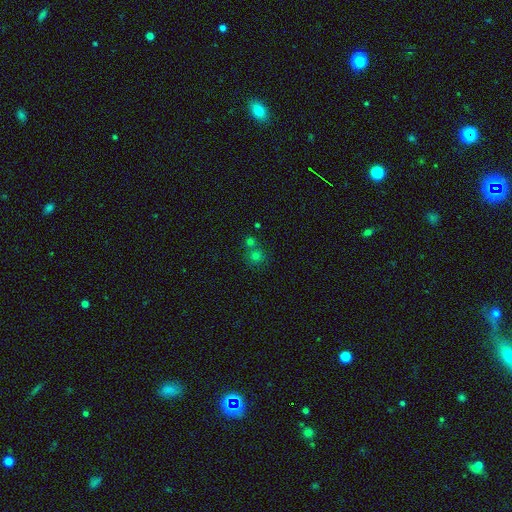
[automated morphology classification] type=smooth (62%); roundness=round (90%); merging=none (61%).